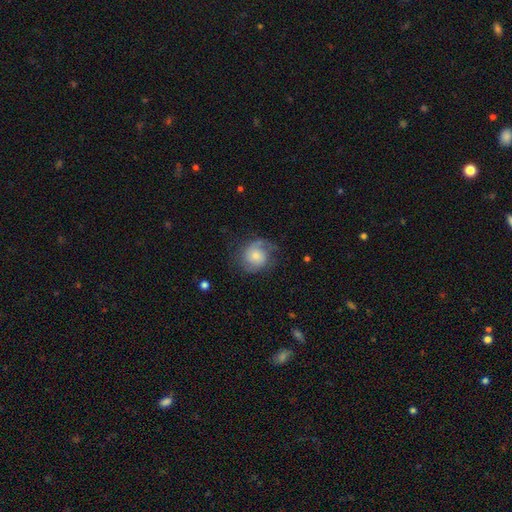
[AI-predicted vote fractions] Smooth or featured? featured or disk (52%)
Edge-on disk? no (97%)
Bar? no (73%)
Spiral arms? yes (86%)
Bulge size? small (41%)
Merging? none (60%)